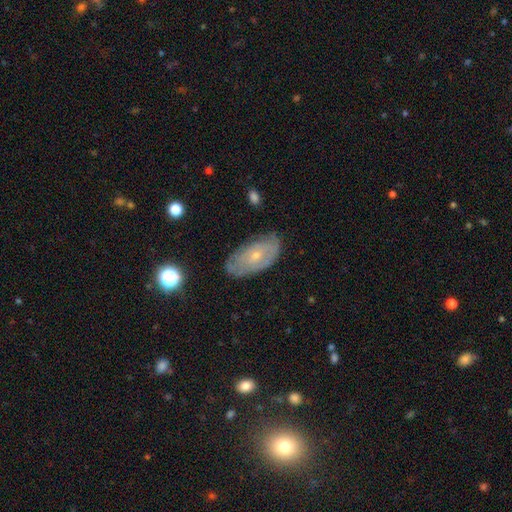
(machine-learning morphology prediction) Smooth or featured? featured or disk (56%)
Edge-on disk? no (89%)
Merging? none (70%)